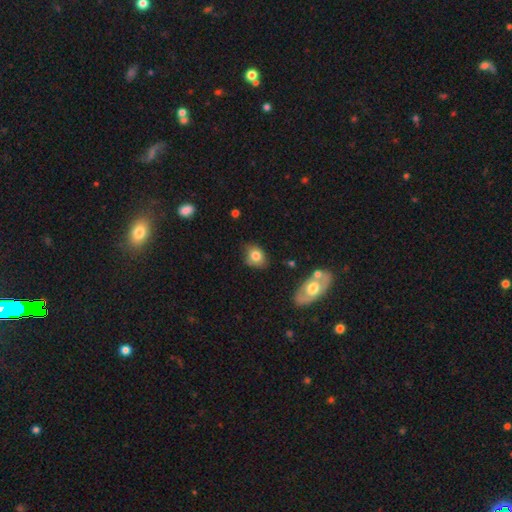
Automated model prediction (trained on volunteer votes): Smooth or featured? Predicted: smooth (p=0.78). How rounded? Predicted: in between (p=0.54). Merging? Predicted: none (p=0.68).